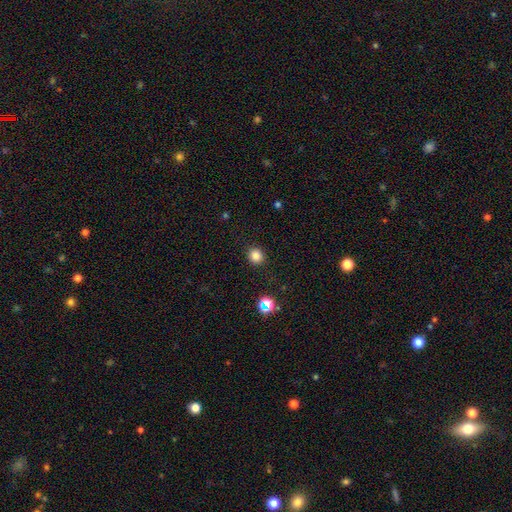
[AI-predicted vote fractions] This appears to be a smooth galaxy with no disk features (83%) that is round (88%). Merging: none (91%).